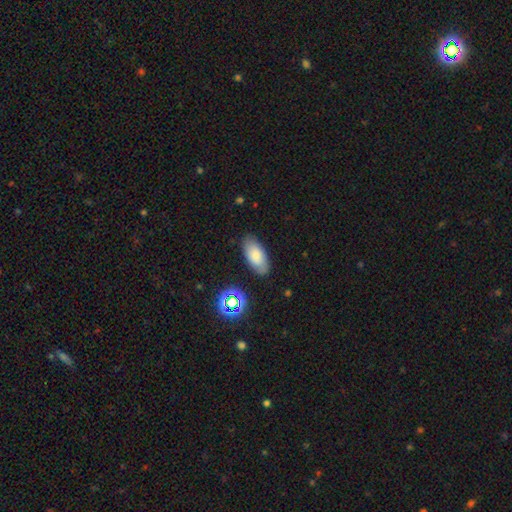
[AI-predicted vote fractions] Q: Smooth or featured?
A: smooth (78%); runner-up: featured or disk (13%)
Q: How rounded?
A: in between (91%); runner-up: cigar-shaped (6%)
Q: Merging?
A: none (83%); runner-up: minor disturbance (12%)